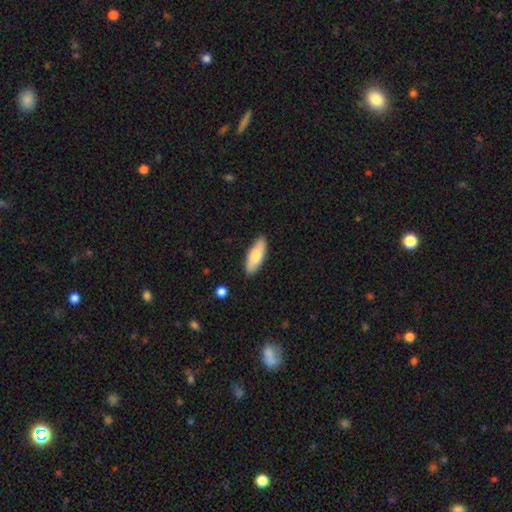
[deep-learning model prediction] A smooth galaxy with no disk features (78%) that is in between round and cigar-shaped (70%). Merging: none (87%).